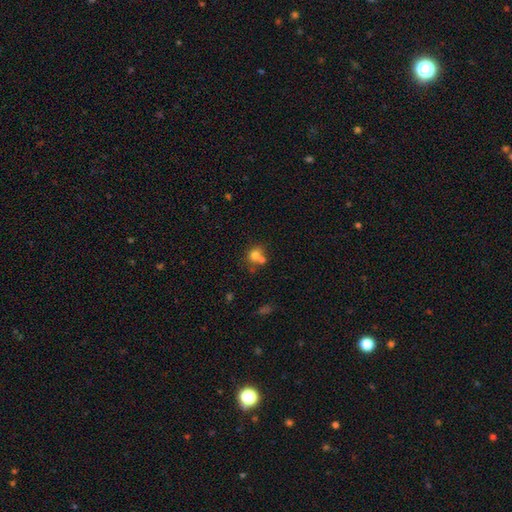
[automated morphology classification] This is likely a smooth galaxy (73%). How rounded: likely round (71%). Merging: possibly merger (46%).